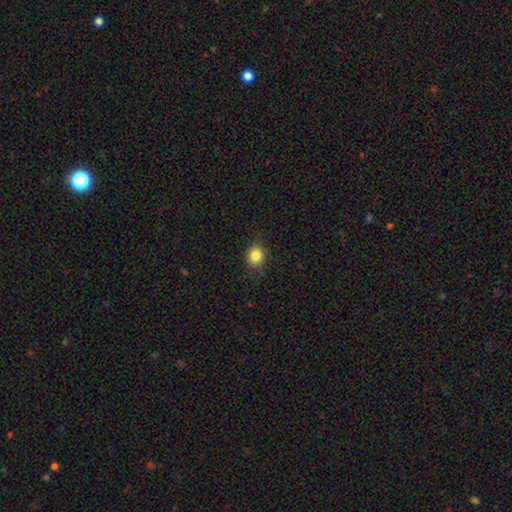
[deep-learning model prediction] This appears to be a smooth galaxy with no disk features (84%) that is round (71%). Merging: none (88%).